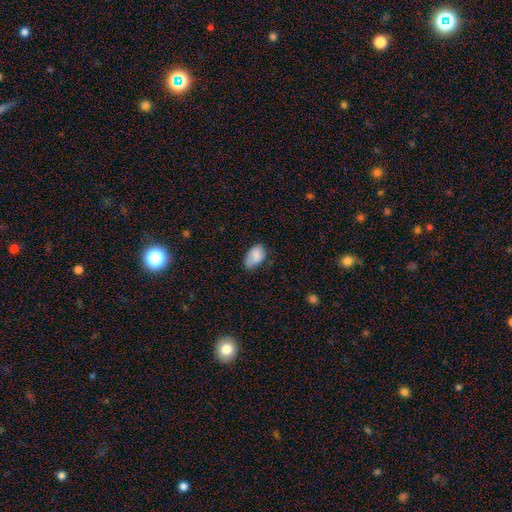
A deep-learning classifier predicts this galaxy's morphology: Q: Smooth or featured?
A: smooth (82%); runner-up: featured or disk (11%)
Q: How rounded?
A: in between (89%); runner-up: round (10%)
Q: Merging?
A: none (50%); runner-up: minor disturbance (37%)